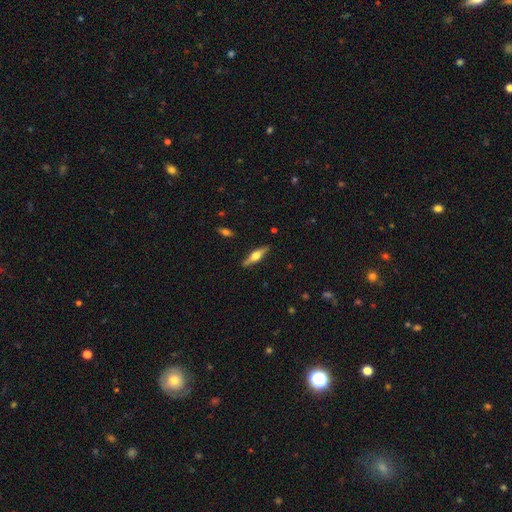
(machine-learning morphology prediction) A featured or disk galaxy (63%) viewed edge-on (96%) with a rounded central bulge (90%). Merging: none (88%).